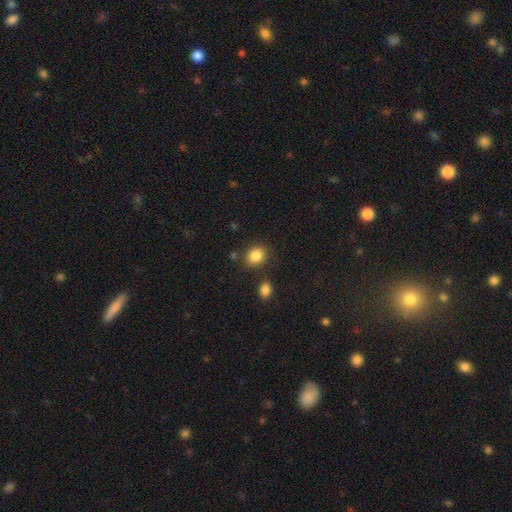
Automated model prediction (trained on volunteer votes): Smooth or featured? Predicted: smooth (p=0.86). How rounded? Predicted: round (p=0.50). Merging? Predicted: none (p=0.79).